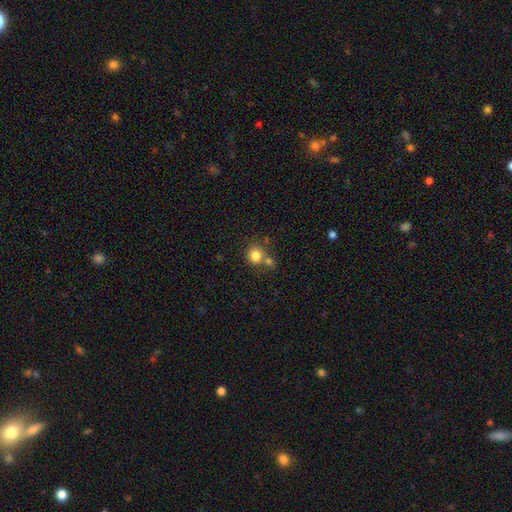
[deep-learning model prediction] A smooth galaxy with no disk features (81%) that is round (86%).

Vote fractions:
- Smooth or featured? smooth: 81% / star or artifact: 11% / featured or disk: 7%
- How rounded? round: 86% / in between: 13% / cigar-shaped: 1%
- Merging? none: 57% / merger: 29% / minor disturbance: 9% / major disturbance: 4%